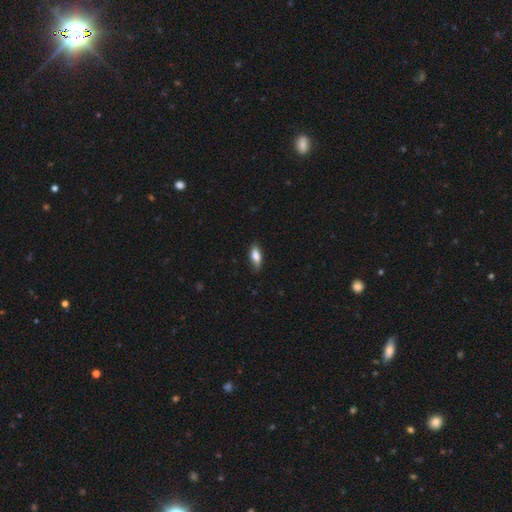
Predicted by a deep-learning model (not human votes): Smooth or featured: smooth — 80% (featured or disk — 14%)
How rounded: in between — 75% (cigar-shaped — 22%)
Merging: none — 78% (minor disturbance — 18%)